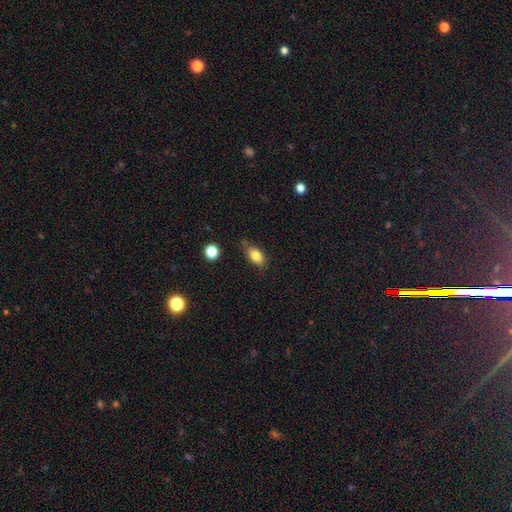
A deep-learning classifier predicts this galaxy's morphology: A smooth galaxy with no disk features (82%) that is in between round and cigar-shaped (86%). Merging: none (72%).